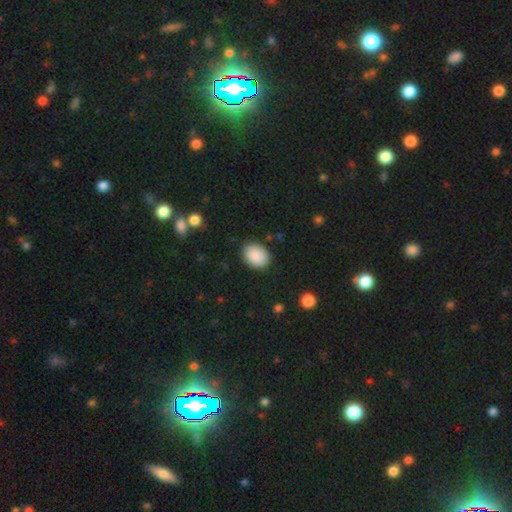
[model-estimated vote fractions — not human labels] Smooth or featured?
  - smooth: 89% *
  - star or artifact: 7%
  - featured or disk: 3%
How rounded?
  - in between: 67% *
  - round: 32%
  - cigar-shaped: 1%
Merging?
  - none: 86% *
  - minor disturbance: 10%
  - major disturbance: 3%
  - merger: 1%